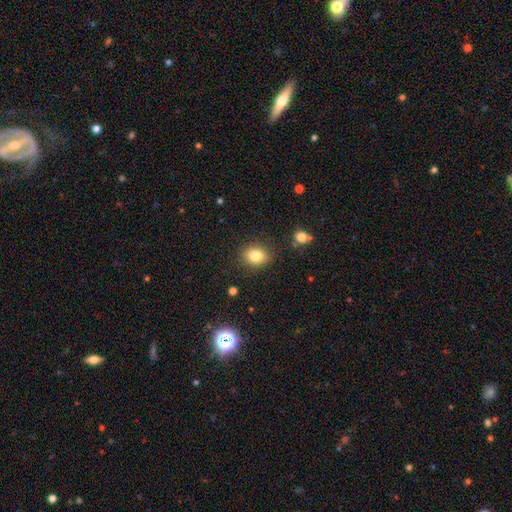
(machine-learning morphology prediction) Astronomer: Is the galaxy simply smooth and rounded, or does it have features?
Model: smooth — 81%.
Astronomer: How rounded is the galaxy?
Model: round — 54% (runner-up: in between, 45%).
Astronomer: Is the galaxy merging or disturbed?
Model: none — 86%.